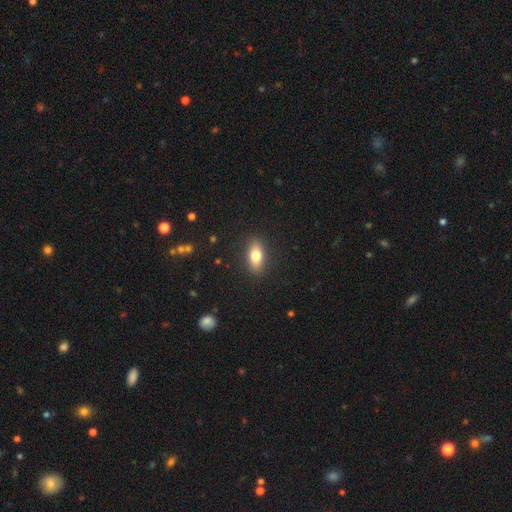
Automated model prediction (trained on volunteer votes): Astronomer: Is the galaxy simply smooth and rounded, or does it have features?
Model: smooth — 76%.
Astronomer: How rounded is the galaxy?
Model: in between — 82%.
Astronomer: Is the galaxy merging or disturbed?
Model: none — 88%.